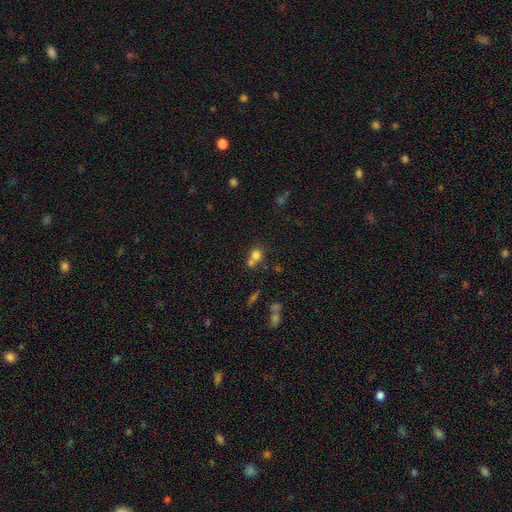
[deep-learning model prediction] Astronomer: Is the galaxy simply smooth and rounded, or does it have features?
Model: smooth — 74%.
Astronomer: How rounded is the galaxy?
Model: round — 78%.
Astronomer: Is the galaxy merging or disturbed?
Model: merger — 48% (runner-up: none, 40%).